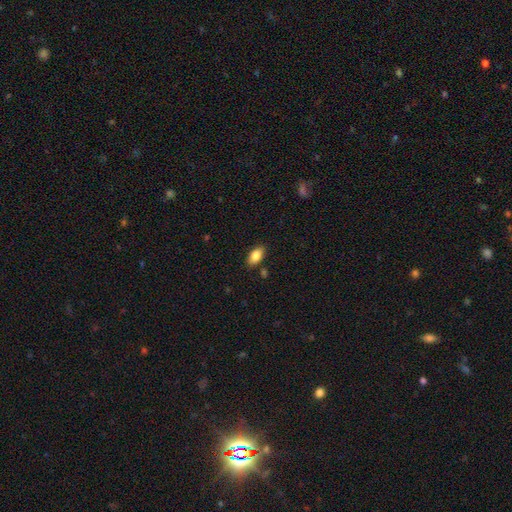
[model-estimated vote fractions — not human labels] smooth_or_featured: smooth (p=0.82) [alt: featured or disk p=0.10]
how_rounded: in between (p=0.91) [alt: cigar-shaped p=0.05]
merging: none (p=0.84) [alt: minor disturbance p=0.12]